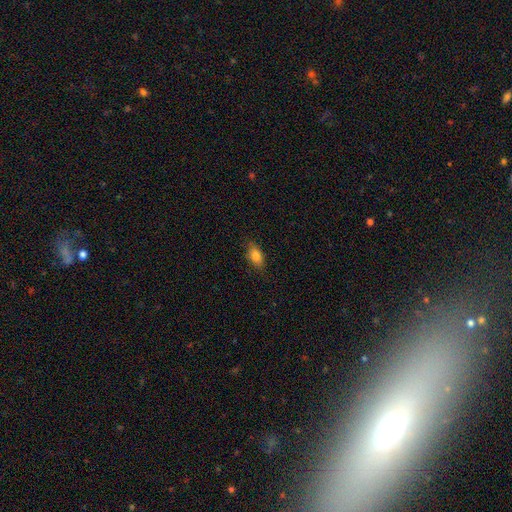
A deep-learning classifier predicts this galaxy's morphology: smooth_or_featured: smooth (p=0.81) [alt: featured or disk p=0.11]
how_rounded: in between (p=0.84) [alt: cigar-shaped p=0.10]
merging: none (p=0.83) [alt: minor disturbance p=0.13]